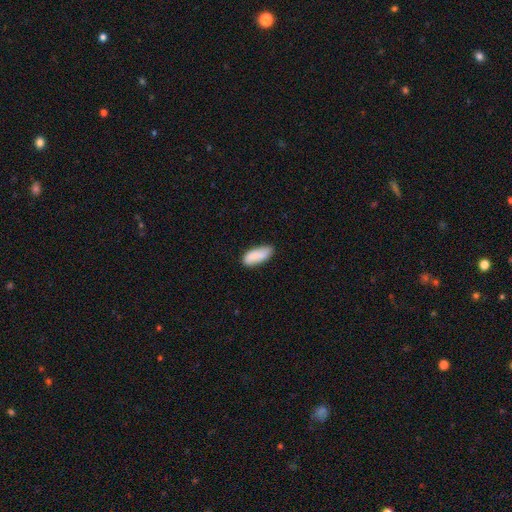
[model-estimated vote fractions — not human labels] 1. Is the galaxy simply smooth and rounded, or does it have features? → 87% smooth, 7% featured or disk, 6% star or artifact.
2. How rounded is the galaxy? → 80% in between, 18% cigar-shaped, 2% round.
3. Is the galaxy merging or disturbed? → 72% none, 22% minor disturbance, 4% major disturbance, 2% merger.